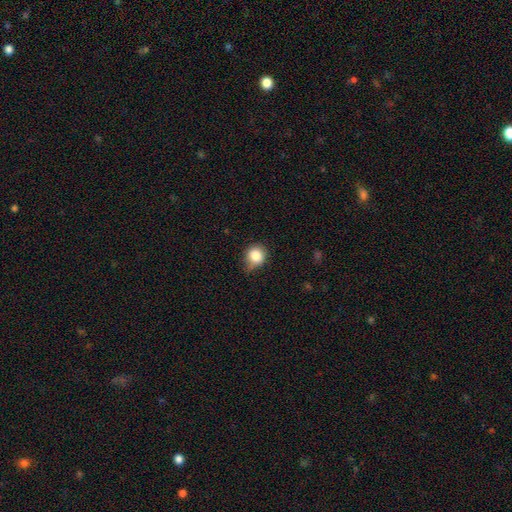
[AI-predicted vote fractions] Smooth or featured: smooth — 84% (star or artifact — 10%)
How rounded: round — 82% (in between — 17%)
Merging: none — 57% (minor disturbance — 34%)